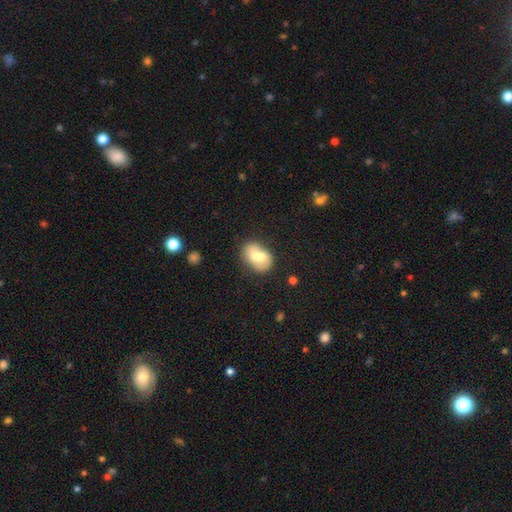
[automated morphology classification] Smooth or featured: smooth — 62% (featured or disk — 30%)
How rounded: in between — 68% (round — 30%)
Merging: merger — 51% (none — 32%)